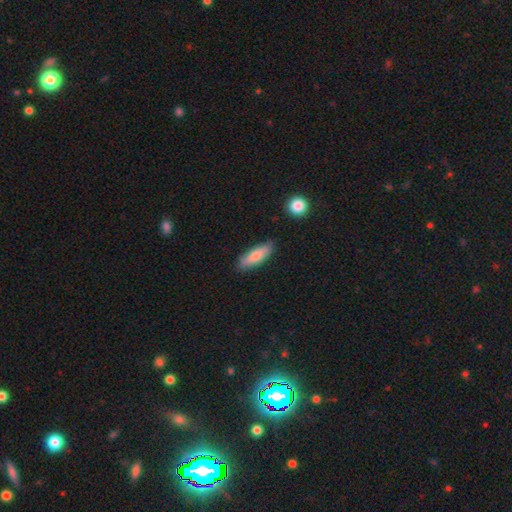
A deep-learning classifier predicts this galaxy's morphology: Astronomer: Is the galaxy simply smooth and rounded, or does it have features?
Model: smooth — 75%.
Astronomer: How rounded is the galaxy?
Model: in between — 53% (runner-up: cigar-shaped, 45%).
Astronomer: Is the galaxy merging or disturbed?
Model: none — 81%.